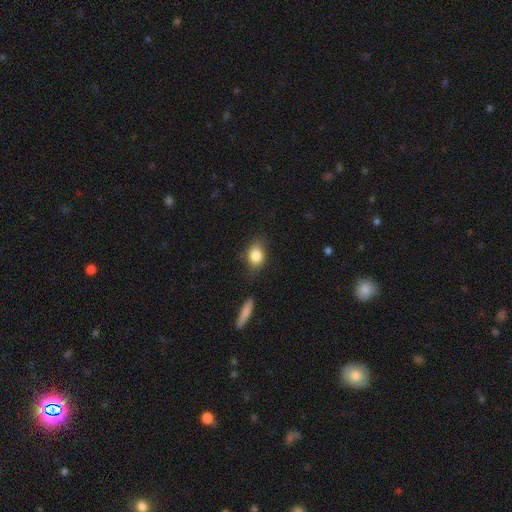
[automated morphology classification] This is clearly a smooth galaxy (83%). How rounded: likely in between (61%). Merging: likely none (73%).